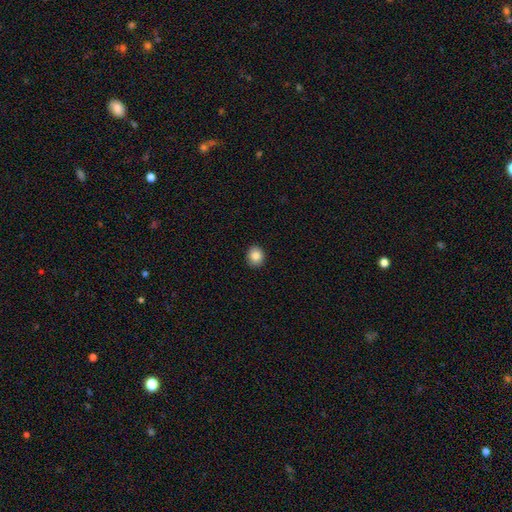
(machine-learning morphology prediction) Smooth or featured? smooth (86%)
How rounded? round (81%)
Merging? none (92%)